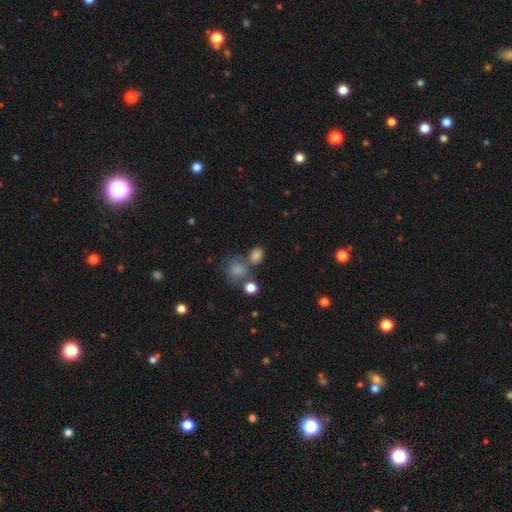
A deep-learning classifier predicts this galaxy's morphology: Overall: smooth (78%). How rounded: in between (52%; round 47%). Merging: none (53%; merger 30%).